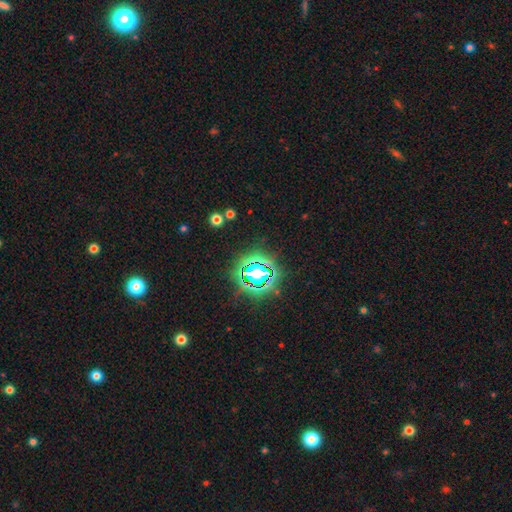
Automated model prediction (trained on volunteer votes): Morphology: type=star or artifact (81%).